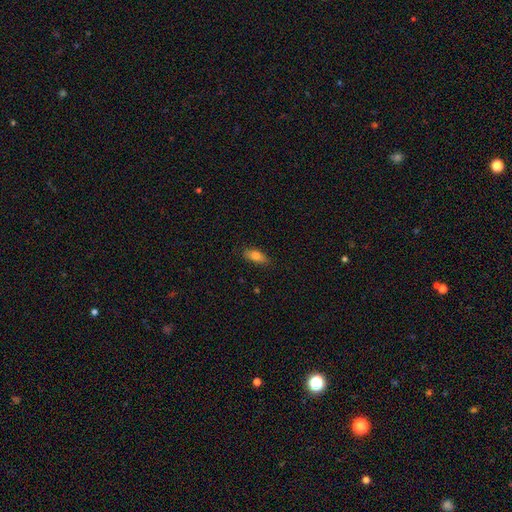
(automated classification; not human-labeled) smooth-or-featured: smooth: 79% | featured or disk: 13% | star or artifact: 8%
  how-rounded: in between: 81% | cigar-shaped: 16% | round: 4%
  merging: none: 83% | minor disturbance: 14% | major disturbance: 3% | merger: 1%